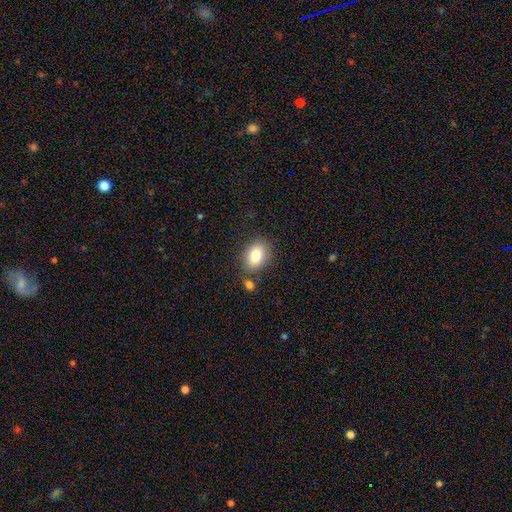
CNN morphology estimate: Smooth or featured? Predicted: smooth (p=0.81). How rounded? Predicted: in between (p=0.67). Merging? Predicted: none (p=0.77).